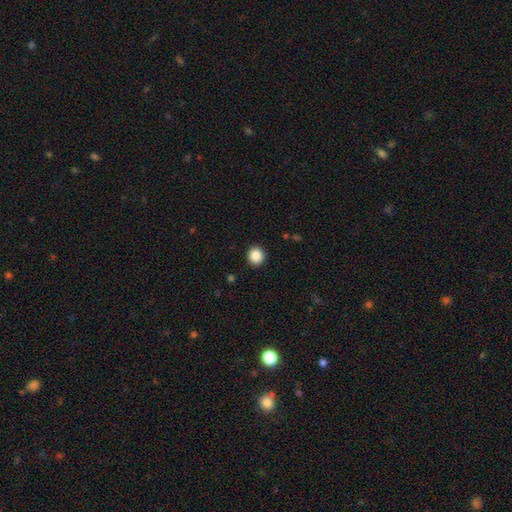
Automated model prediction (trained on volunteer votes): Q: Smooth or featured?
A: smooth (87%); runner-up: star or artifact (9%)
Q: How rounded?
A: round (91%); runner-up: in between (8%)
Q: Merging?
A: none (92%); runner-up: minor disturbance (5%)